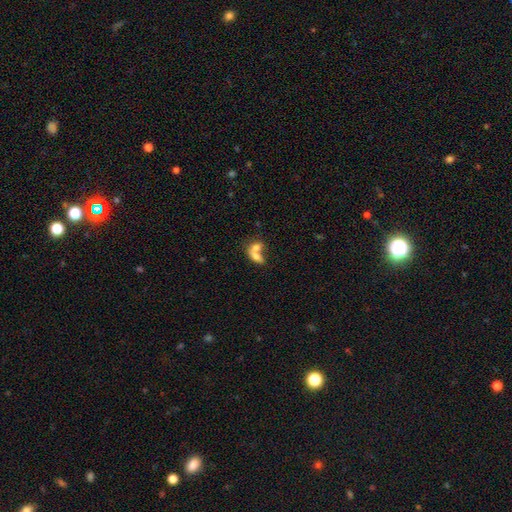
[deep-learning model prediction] A smooth galaxy with no disk features (69%) that is in between round and cigar-shaped (77%). Merging: merger (73%).